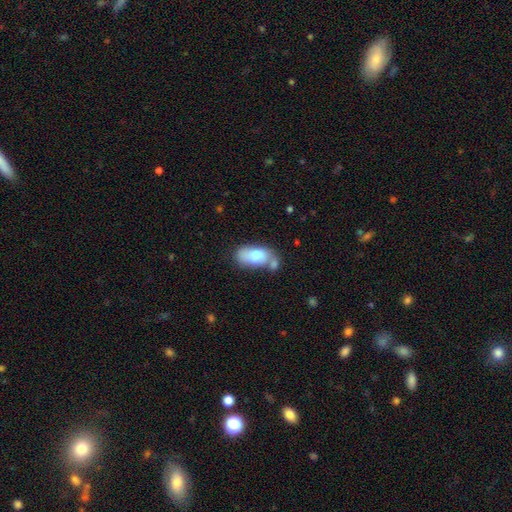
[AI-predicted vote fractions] Morphology: type=smooth (77%); roundness=in between (92%); merging=none (36%).